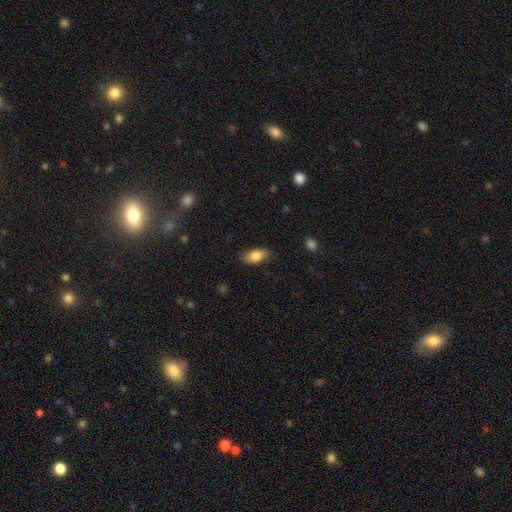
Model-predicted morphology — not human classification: Smooth or featured?
  - smooth: 83% *
  - featured or disk: 10%
  - star or artifact: 7%
How rounded?
  - in between: 90% *
  - round: 5%
  - cigar-shaped: 5%
Merging?
  - none: 84% *
  - minor disturbance: 12%
  - major disturbance: 3%
  - merger: 1%